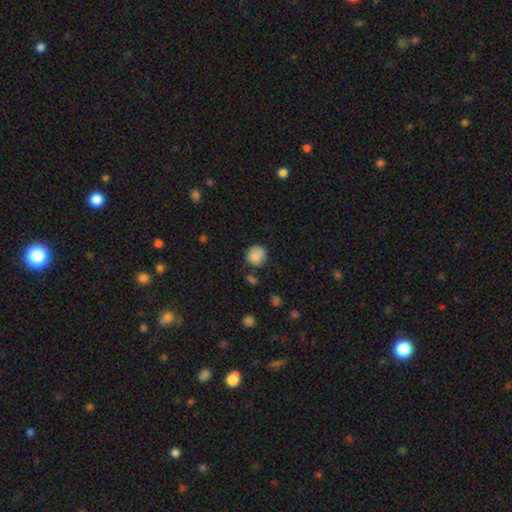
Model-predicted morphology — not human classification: A smooth galaxy with no disk features (87%) that is round (89%). Merging: none (78%).